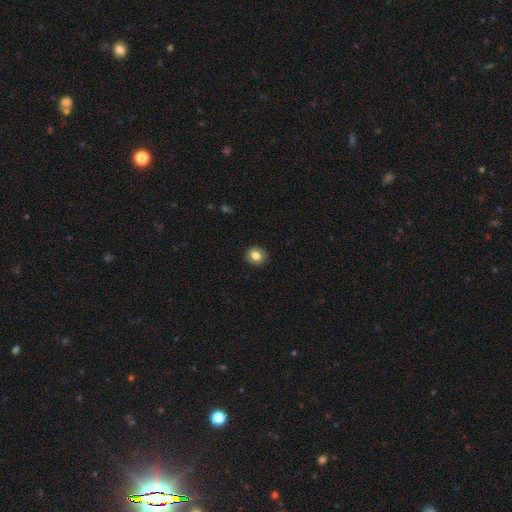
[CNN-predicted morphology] Overall: smooth (81%). How rounded: round (80%). Merging: none (91%).